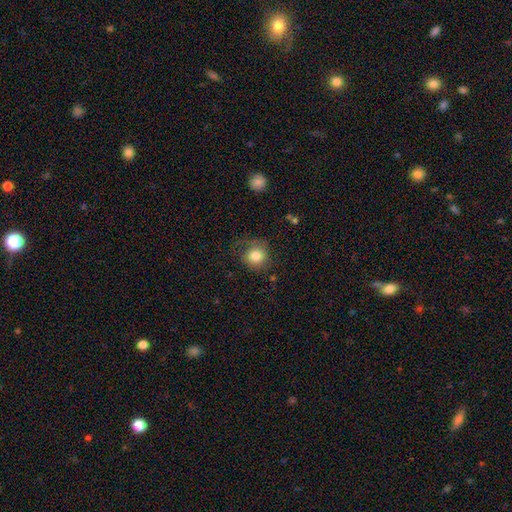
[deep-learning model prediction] Smooth or featured? Predicted: smooth (p=0.81). How rounded? Predicted: round (p=0.87). Merging? Predicted: none (p=0.64).